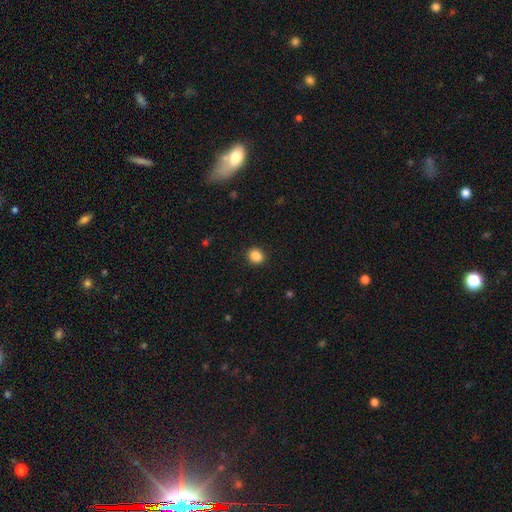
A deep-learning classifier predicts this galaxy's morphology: Smooth or featured? Predicted: smooth (p=0.87). How rounded? Predicted: round (p=0.55). Merging? Predicted: none (p=0.87).